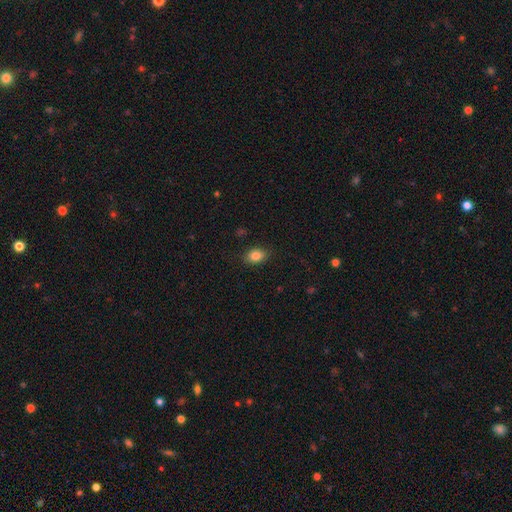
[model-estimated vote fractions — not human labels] smooth 84%, star or artifact 9%, featured or disk 7%. Down the decision tree: how rounded — in between (72%); merging — none (86%).